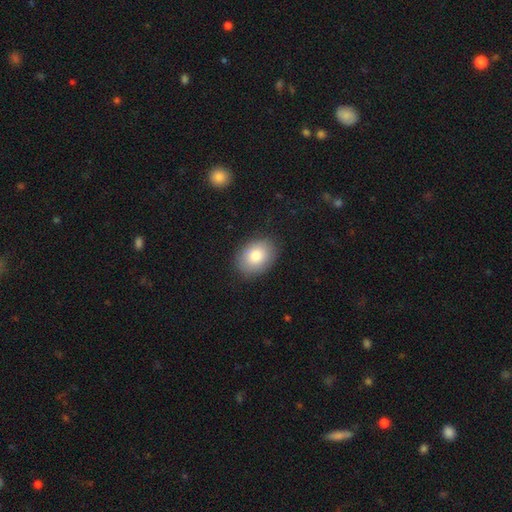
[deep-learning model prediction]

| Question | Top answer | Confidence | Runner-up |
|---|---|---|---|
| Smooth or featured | smooth | 81% | featured or disk (12%) |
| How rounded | in between | 69% | round (30%) |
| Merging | none | 86% | minor disturbance (10%) |